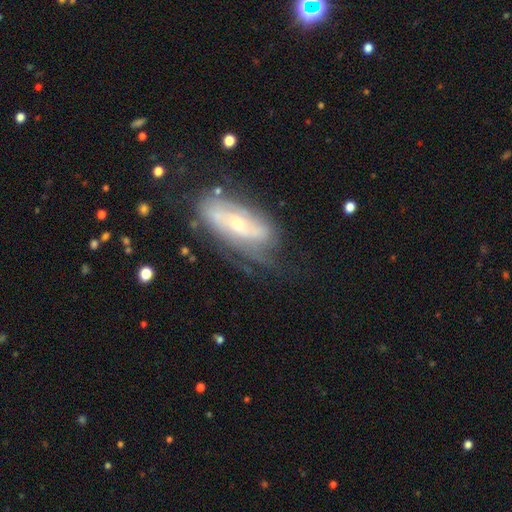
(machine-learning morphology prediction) smooth_or_featured: featured or disk (p=0.69) [alt: smooth p=0.20]
disk_edge_on: no (p=0.81) [alt: yes p=0.19]
bar: no (p=0.50) [alt: weak p=0.29]
has_spiral_arms: yes (p=0.72) [alt: no p=0.28]
bulge_size: small (p=0.60) [alt: moderate p=0.35]
merging: none (p=0.59) [alt: minor disturbance p=0.22]